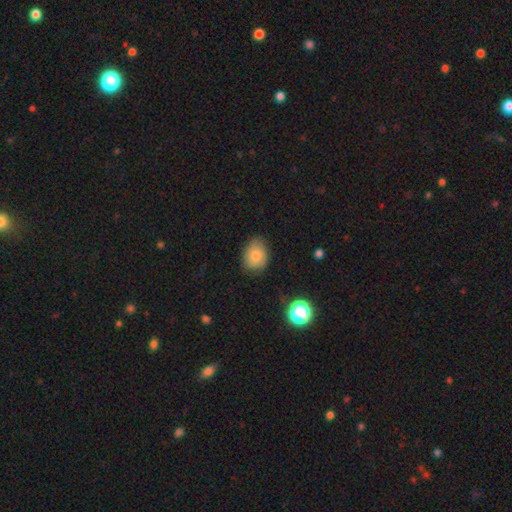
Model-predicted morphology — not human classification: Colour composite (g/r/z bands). It shows a smooth galaxy with no disk features (78%) that is in between round and cigar-shaped (55%). Merging: none (73%).